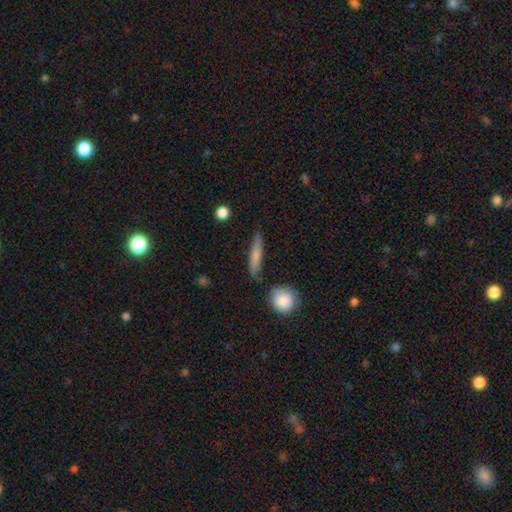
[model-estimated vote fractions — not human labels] smooth-or-featured: smooth: 69% | featured or disk: 24% | star or artifact: 6%
  how-rounded: cigar-shaped: 87% | in between: 9% | round: 4%
  merging: none: 80% | minor disturbance: 13% | merger: 4% | major disturbance: 3%